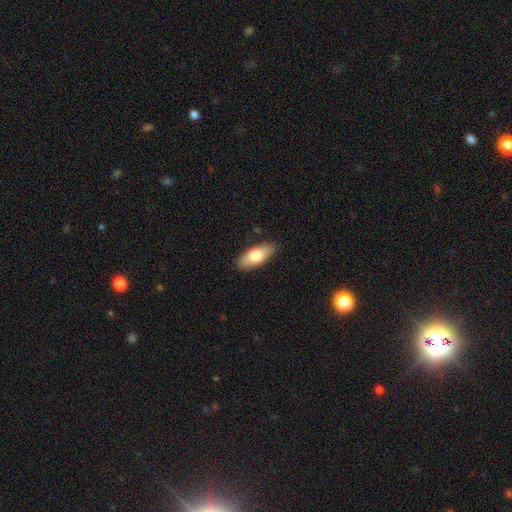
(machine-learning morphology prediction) A smooth galaxy with no disk features (74%) that is in between round and cigar-shaped (81%). Merging: none (87%).